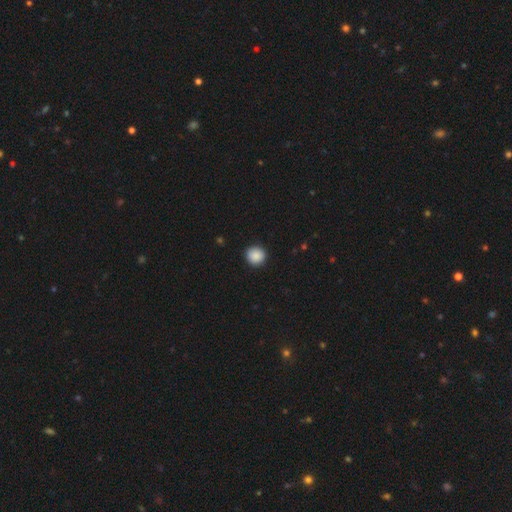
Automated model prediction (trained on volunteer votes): This appears to be a smooth galaxy with no disk features (89%) that is round (94%). Merging: none (92%).